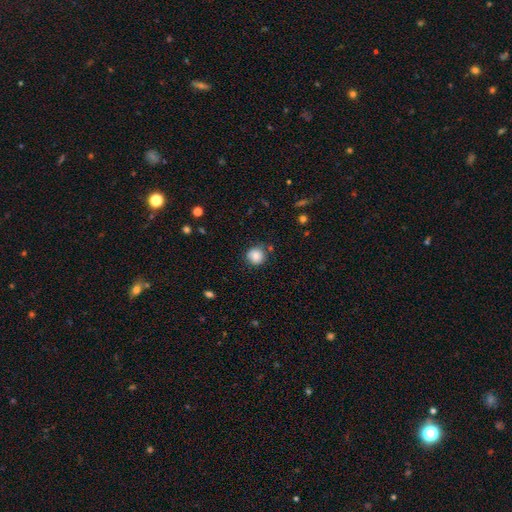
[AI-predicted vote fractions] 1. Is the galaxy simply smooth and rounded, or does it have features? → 83% smooth, 10% star or artifact, 8% featured or disk.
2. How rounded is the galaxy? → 91% round, 8% in between, 1% cigar-shaped.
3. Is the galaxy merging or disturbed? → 80% none, 14% minor disturbance, 3% major disturbance, 3% merger.